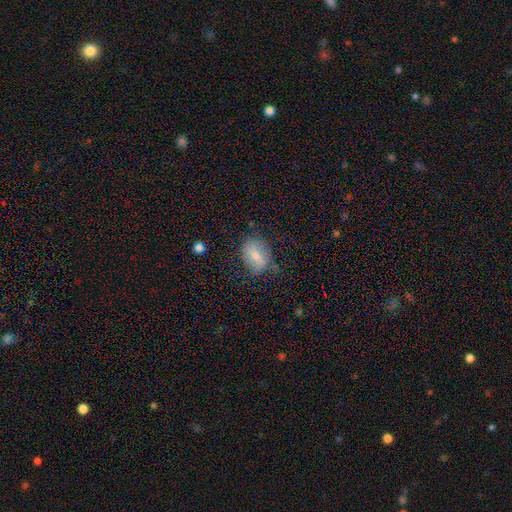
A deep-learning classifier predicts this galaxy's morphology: This is likely a smooth galaxy (61%). How rounded: likely in between (74%). Merging: possibly none (54%).